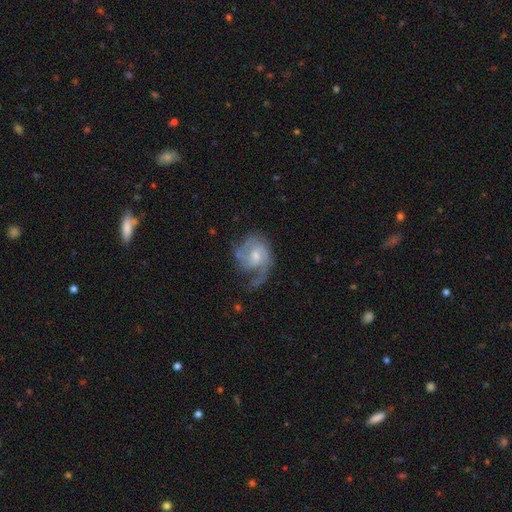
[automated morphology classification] Smooth or featured?
  - featured or disk: 79% *
  - smooth: 16%
  - star or artifact: 6%
Edge-on disk?
  - no: 98% *
  - yes: 2%
Bar?
  - no: 49% *
  - weak: 44%
  - strong: 7%
Spiral arms?
  - yes: 92% *
  - no: 8%
Spiral winding?
  - medium: 45% *
  - loose: 27%
  - tight: 27%
Spiral arm count?
  - 2: 48% *
  - 1: 26%
  - can't tell: 14%
  - 3: 8%
  - 4: 2%
  - more than 4: 2%
Bulge size?
  - moderate: 48% *
  - small: 42%
  - none: 5%
  - large: 4%
  - dominant: 1%
Merging?
  - none: 42% *
  - major disturbance: 31%
  - minor disturbance: 24%
  - merger: 3%